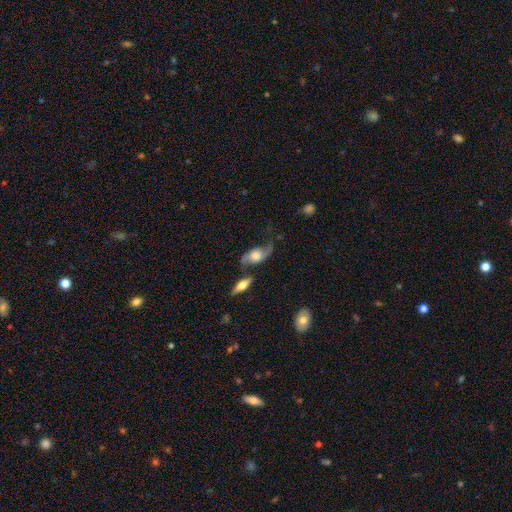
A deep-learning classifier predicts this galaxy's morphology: This is likely a featured or disk galaxy (71%). It is clearly not viewed edge-on (90%). Bar: likely no (71%). Spiral arm pattern: clearly yes (91%). Spiral arm count: clearly 2 (90%). Spiral winding: likely loose (75%). Central bulge: possibly moderate (49%). Merging: possibly none (53%).